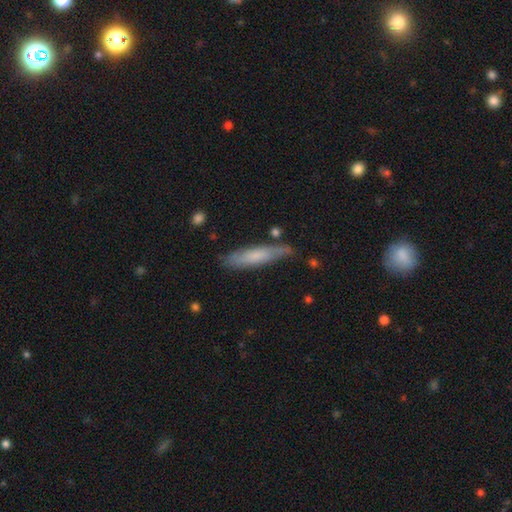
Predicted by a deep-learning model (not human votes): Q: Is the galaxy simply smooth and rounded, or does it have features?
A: smooth — 64%.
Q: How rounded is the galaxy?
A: cigar-shaped — 81%.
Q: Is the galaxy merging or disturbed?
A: none — 74%.